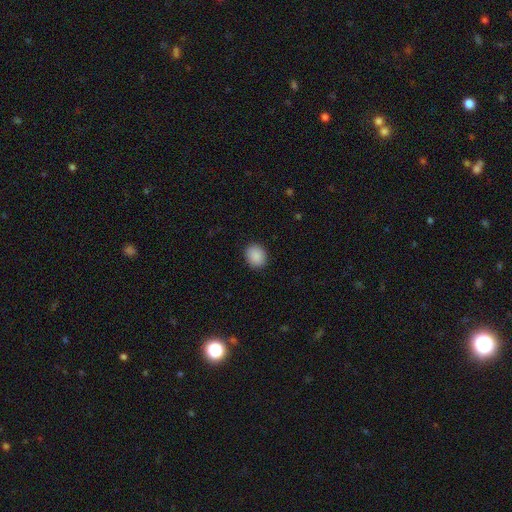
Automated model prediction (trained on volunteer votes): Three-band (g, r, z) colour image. It shows a smooth galaxy with no disk features (90%) that is round (60%). Merging: none (89%).